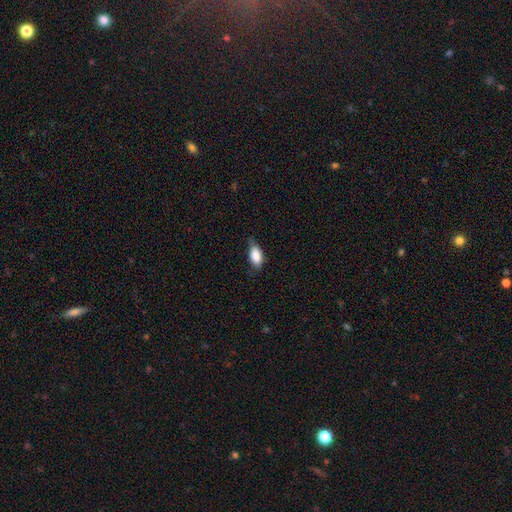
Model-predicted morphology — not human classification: smooth-or-featured: smooth: 84% | featured or disk: 9% | star or artifact: 7%
  how-rounded: in between: 89% | cigar-shaped: 7% | round: 4%
  merging: none: 64% | minor disturbance: 29% | major disturbance: 6% | merger: 1%